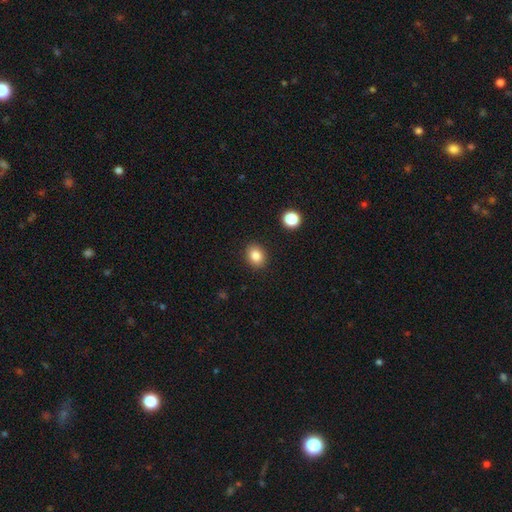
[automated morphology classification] The model was most divided on "how rounded": round: 50%, in between: 49%, cigar-shaped: 1%. More confident: merging — none (89%); smooth or featured — smooth (84%).